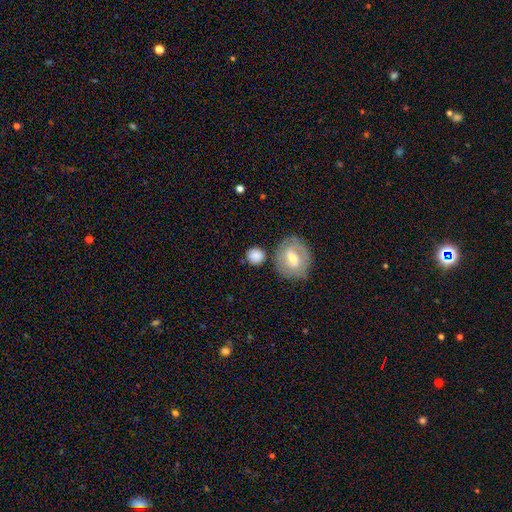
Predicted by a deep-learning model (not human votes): Morphology: type=smooth (79%); roundness=round (83%); merging=none (70%).